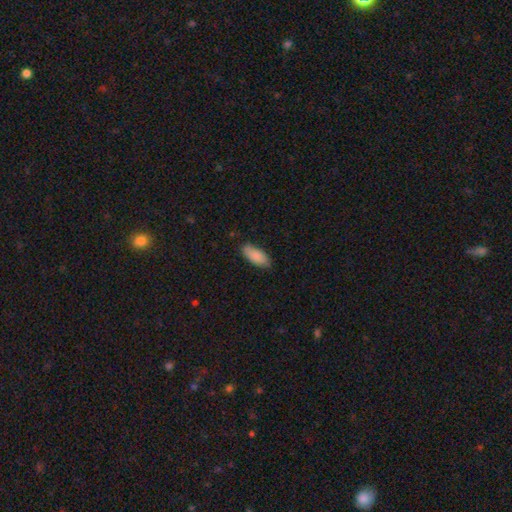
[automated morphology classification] smooth 88%, featured or disk 6%, star or artifact 6%. Down the decision tree: how rounded — in between (83%); merging — none (81%).